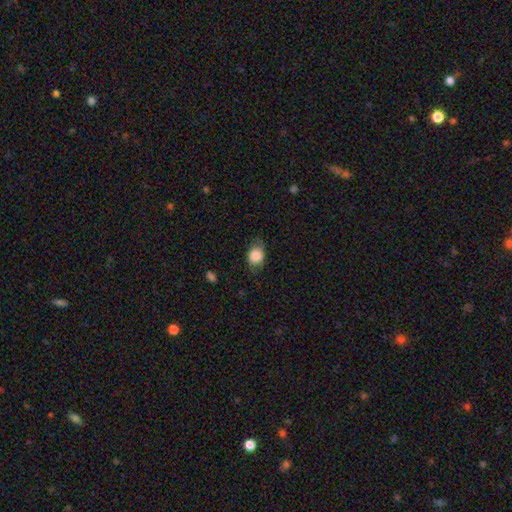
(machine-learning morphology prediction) Q: Smooth or featured?
A: smooth (80%); runner-up: featured or disk (12%)
Q: How rounded?
A: in between (56%); runner-up: round (43%)
Q: Merging?
A: none (68%); runner-up: minor disturbance (24%)